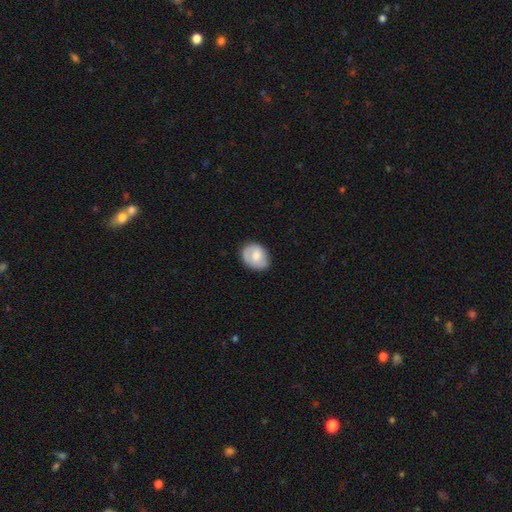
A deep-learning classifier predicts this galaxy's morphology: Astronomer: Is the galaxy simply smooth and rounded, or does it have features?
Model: smooth — 67%.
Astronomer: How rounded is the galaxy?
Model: in between — 53% (runner-up: round, 46%).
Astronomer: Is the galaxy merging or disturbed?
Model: none — 75%.